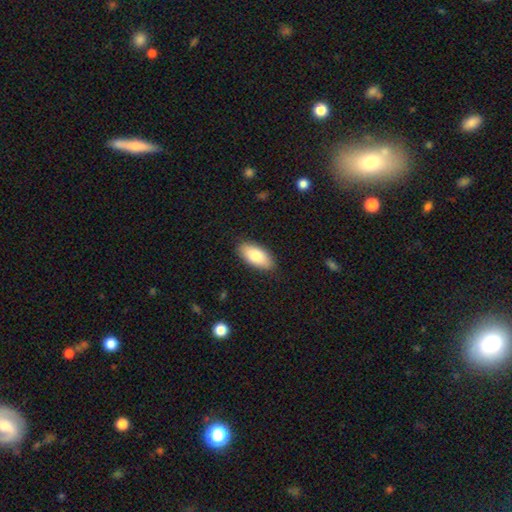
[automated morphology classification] A smooth galaxy with no disk features (82%) that is in between round and cigar-shaped (90%). Merging: none (87%).